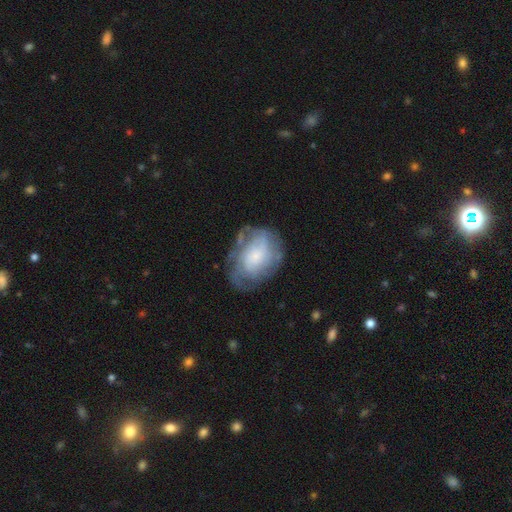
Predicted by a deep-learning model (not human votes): Overall: featured or disk (65%; smooth 27%). Edge-on disk: no (97%). Bar: no (78%). Spiral arms: yes (79%). Bulge size: small (64%). Merging: none (61%; minor disturbance 22%).